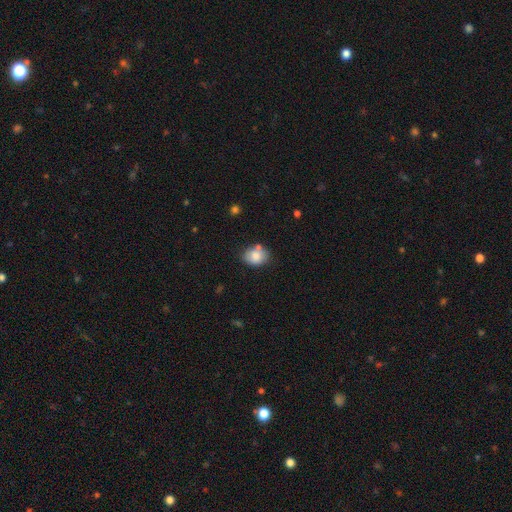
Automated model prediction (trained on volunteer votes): smooth_or_featured: smooth (p=0.81) [alt: featured or disk p=0.11]
how_rounded: in between (p=0.58) [alt: round p=0.41]
merging: none (p=0.66) [alt: minor disturbance p=0.20]